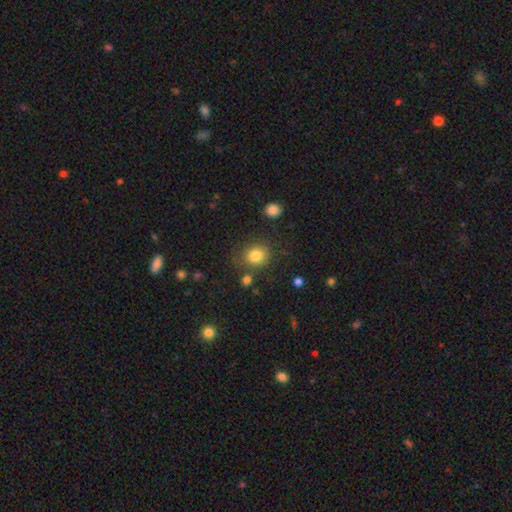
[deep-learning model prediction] Smooth or featured: smooth — 82% (star or artifact — 12%)
How rounded: round — 77% (in between — 22%)
Merging: none — 76% (minor disturbance — 13%)